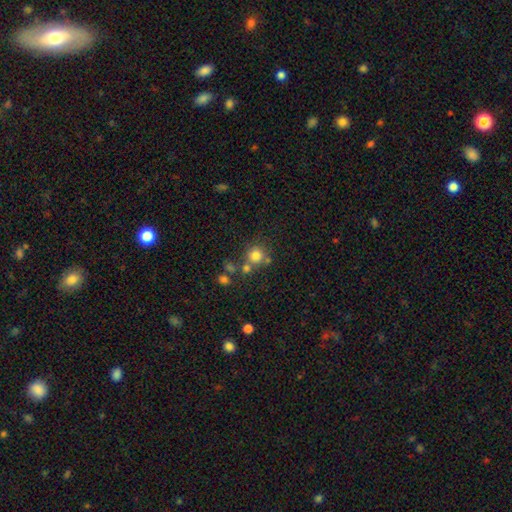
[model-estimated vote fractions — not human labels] Overall: smooth (76%). How rounded: round (91%). Merging: none (63%).